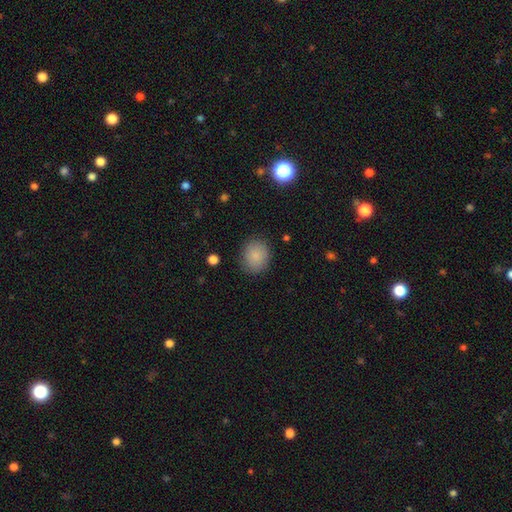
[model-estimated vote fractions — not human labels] A smooth galaxy with no disk features (86%) that is round (68%). Merging: none (85%).